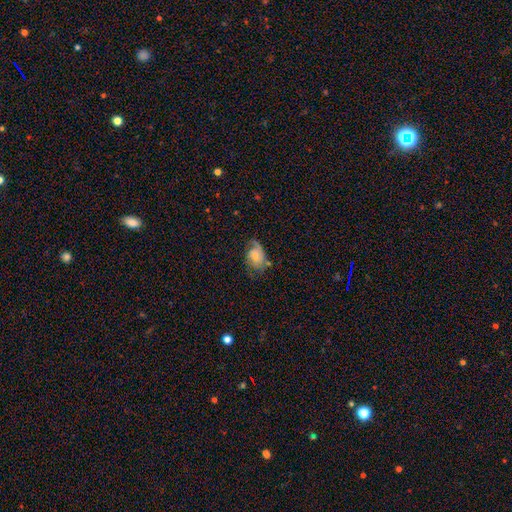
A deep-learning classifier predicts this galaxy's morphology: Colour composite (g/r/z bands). It shows a smooth galaxy with no disk features (49%). Merging: none (43%).